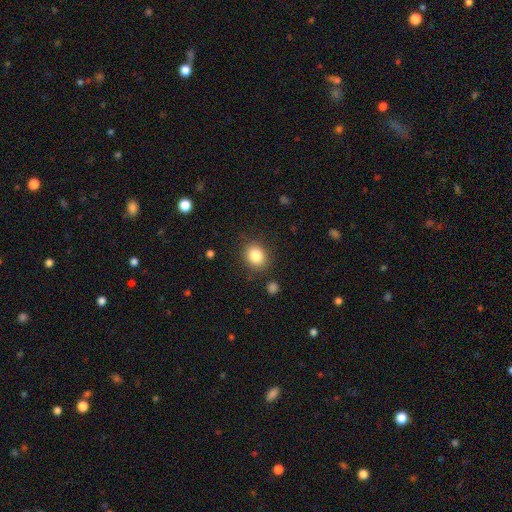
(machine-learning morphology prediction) Overall: smooth (84%). How rounded: round (63%; in between 36%). Merging: none (85%).